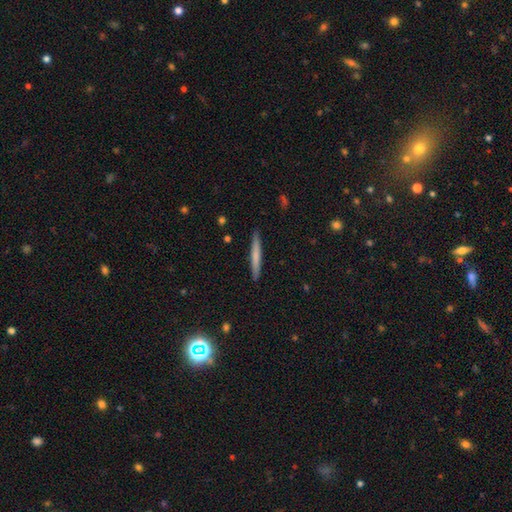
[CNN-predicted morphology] Overall: smooth (66%; featured or disk 29%). How rounded: cigar-shaped (96%). Merging: none (91%).